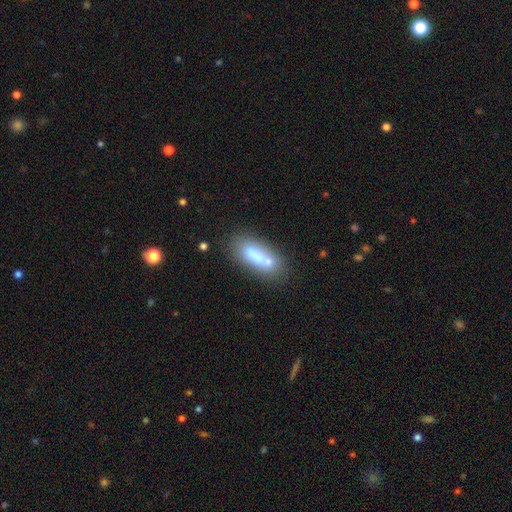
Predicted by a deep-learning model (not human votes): A smooth galaxy with no disk features (67%) that is in between round and cigar-shaped (66%). Merging: none (46%).